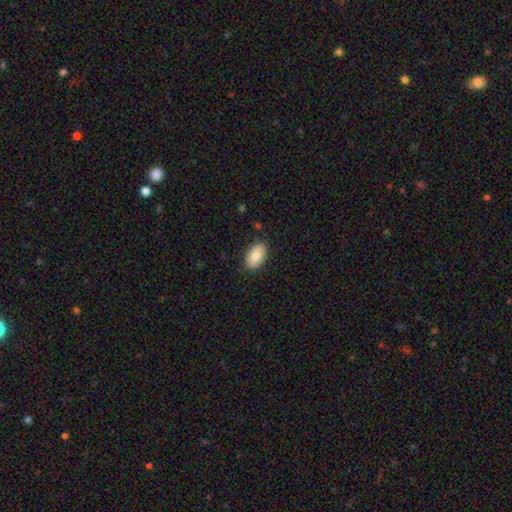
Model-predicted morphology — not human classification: Smooth or featured?
  - smooth: 83% *
  - featured or disk: 10%
  - star or artifact: 7%
How rounded?
  - in between: 93% *
  - round: 6%
  - cigar-shaped: 2%
Merging?
  - none: 86% *
  - minor disturbance: 11%
  - major disturbance: 2%
  - merger: 1%